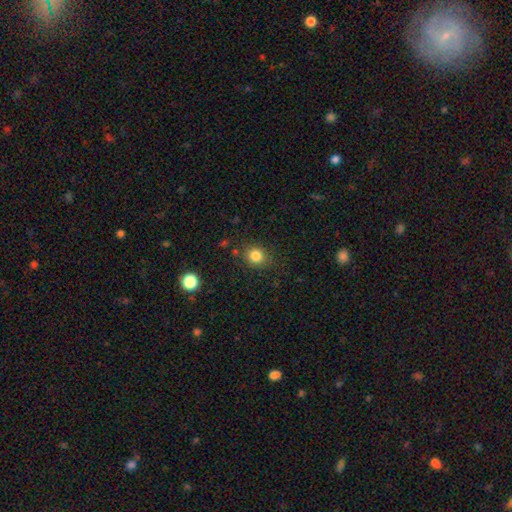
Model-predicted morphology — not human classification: smooth_or_featured: smooth (p=0.83) [alt: star or artifact p=0.11]
how_rounded: round (p=0.74) [alt: in between p=0.25]
merging: none (p=0.81) [alt: minor disturbance p=0.12]